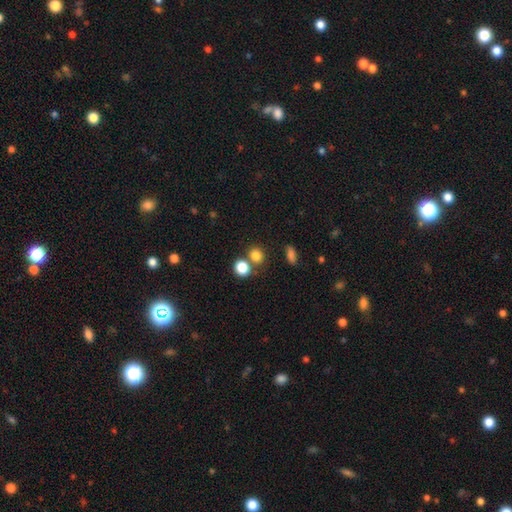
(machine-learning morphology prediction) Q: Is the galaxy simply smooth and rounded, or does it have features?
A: smooth — 80%.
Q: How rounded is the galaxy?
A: round — 77%.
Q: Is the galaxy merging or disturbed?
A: none — 65%.